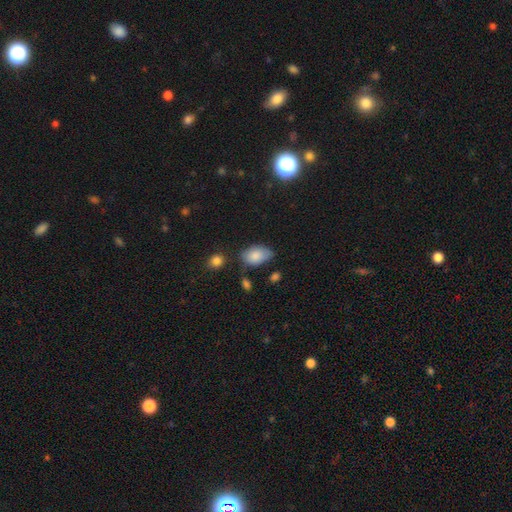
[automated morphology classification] This appears to be a smooth galaxy with no disk features (85%) that is in between round and cigar-shaped (91%). Merging: none (61%).